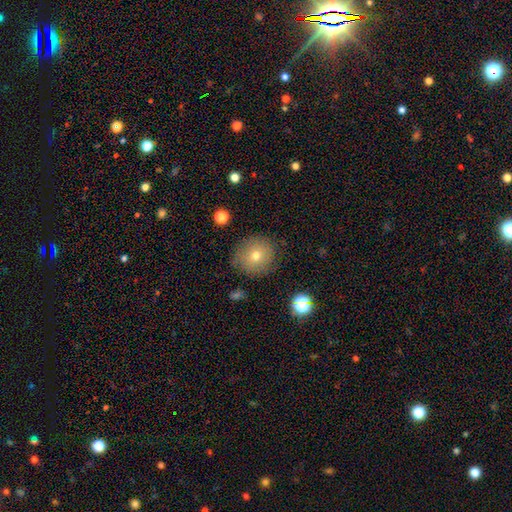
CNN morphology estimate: smooth_or_featured: smooth (p=0.67) [alt: featured or disk p=0.19]
how_rounded: round (p=0.90) [alt: in between p=0.09]
merging: none (p=0.82) [alt: minor disturbance p=0.13]